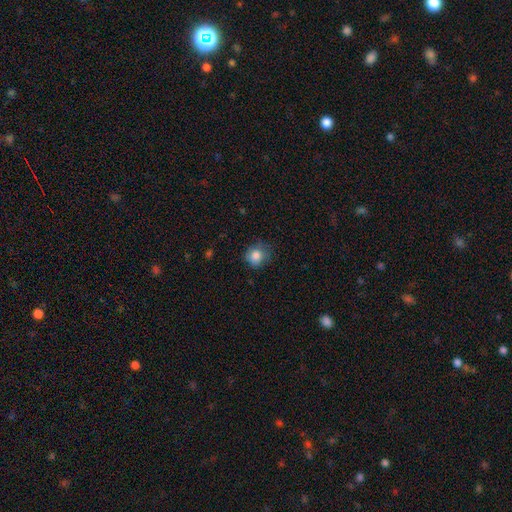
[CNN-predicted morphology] This is clearly a smooth galaxy (83%). How rounded: clearly round (82%). Merging: likely none (65%).